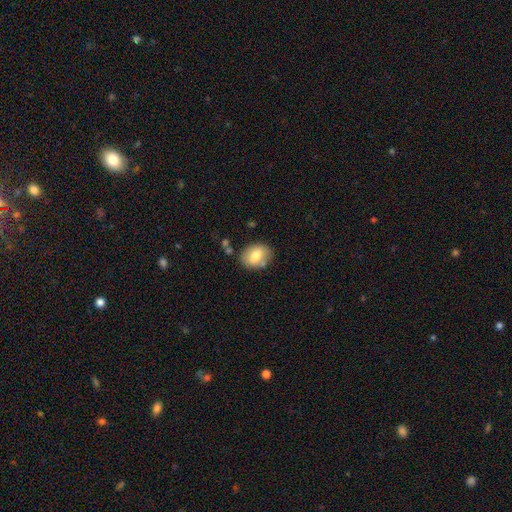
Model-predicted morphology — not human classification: A smooth galaxy with no disk features (73%) that is in between round and cigar-shaped (60%).

Vote fractions:
- Smooth or featured? smooth: 73% / featured or disk: 20% / star or artifact: 8%
- How rounded? in between: 60% / round: 38% / cigar-shaped: 1%
- Merging? none: 76% / minor disturbance: 14% / merger: 6% / major disturbance: 3%